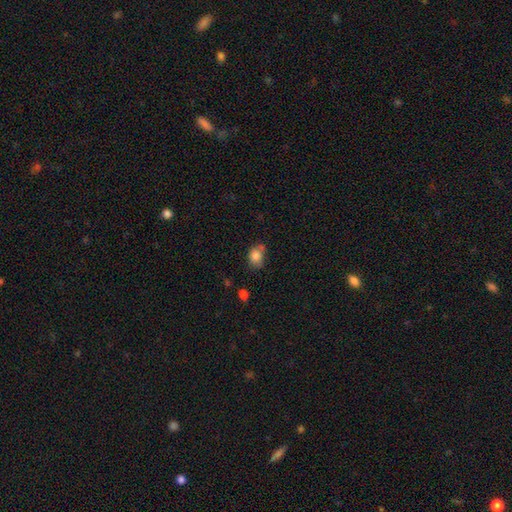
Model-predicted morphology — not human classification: A smooth galaxy with no disk features (83%) that is in between round and cigar-shaped (51%). Merging: none (50%).